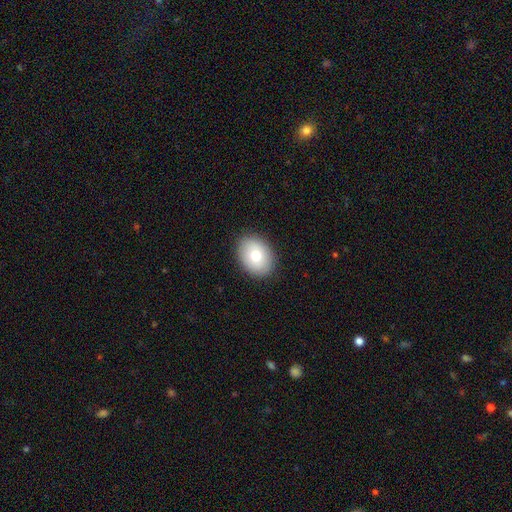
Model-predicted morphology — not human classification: Q: Smooth or featured?
A: smooth (74%); runner-up: featured or disk (17%)
Q: How rounded?
A: in between (65%); runner-up: round (34%)
Q: Merging?
A: none (89%); runner-up: minor disturbance (8%)